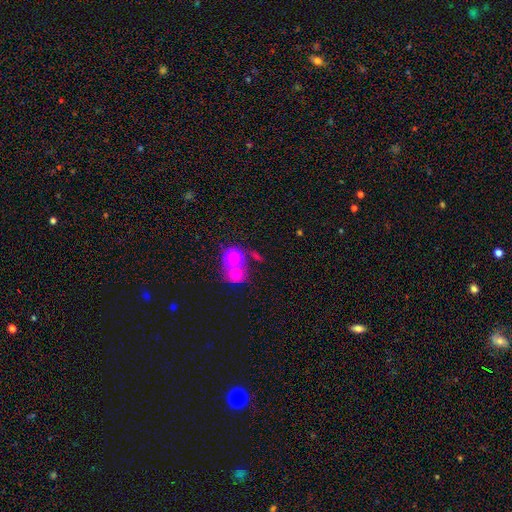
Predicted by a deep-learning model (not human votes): The model was most divided on "merging": none: 45%, merger: 37%, minor disturbance: 10%, major disturbance: 8%. More confident: smooth or featured — smooth (64%); how rounded — round (63%).